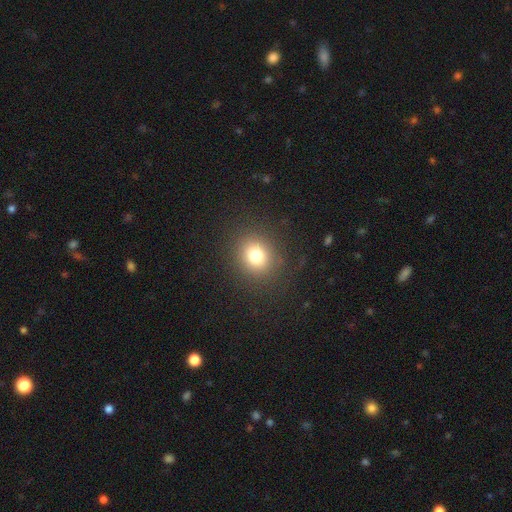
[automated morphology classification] Smooth or featured: smooth — 77% (star or artifact — 14%)
How rounded: round — 80% (in between — 20%)
Merging: none — 87% (minor disturbance — 7%)